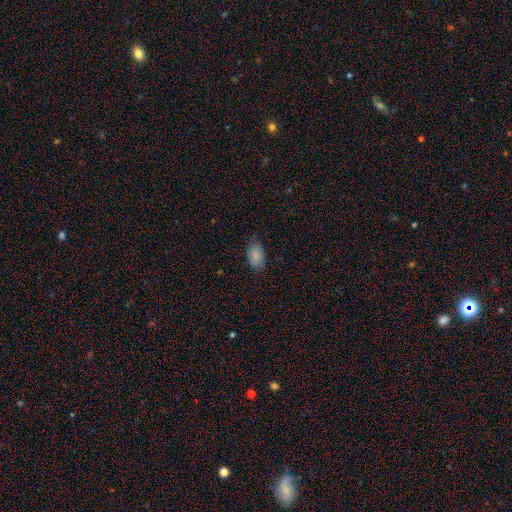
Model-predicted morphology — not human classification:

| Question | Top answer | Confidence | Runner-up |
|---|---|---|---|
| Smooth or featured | smooth | 85% | featured or disk (8%) |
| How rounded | in between | 93% | round (5%) |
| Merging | none | 76% | minor disturbance (19%) |